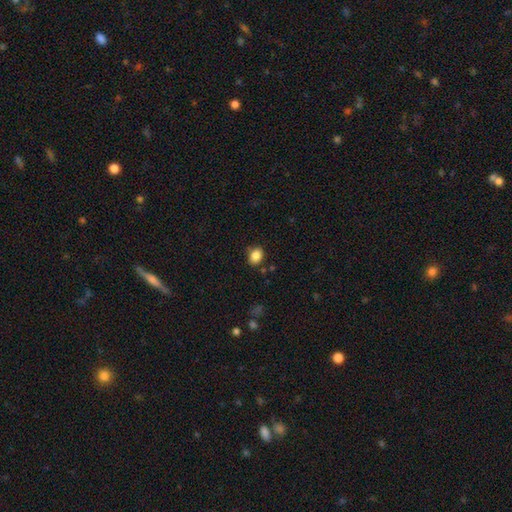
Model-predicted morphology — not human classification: Overall: smooth (86%). How rounded: in between (57%; round 42%). Merging: none (82%).